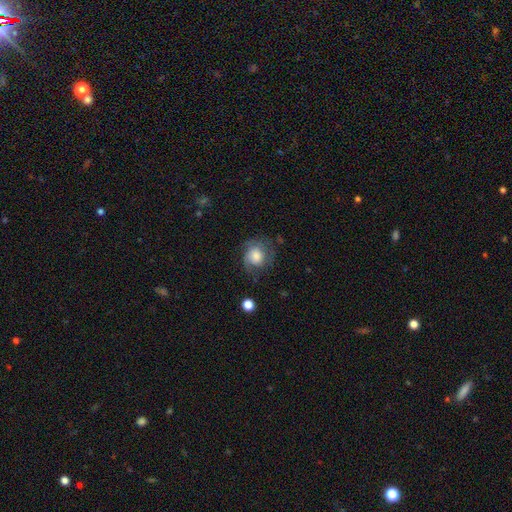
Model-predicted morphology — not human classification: smooth_or_featured: smooth (p=0.58) [alt: featured or disk p=0.33]
how_rounded: round (p=0.73) [alt: in between p=0.26]
merging: none (p=0.57) [alt: minor disturbance p=0.25]